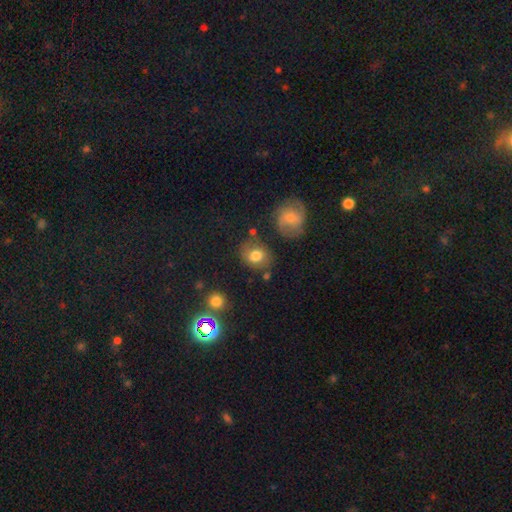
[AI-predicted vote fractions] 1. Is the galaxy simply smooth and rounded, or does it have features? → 74% smooth, 16% featured or disk, 10% star or artifact.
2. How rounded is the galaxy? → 57% round, 42% in between, 1% cigar-shaped.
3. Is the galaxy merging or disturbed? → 66% none, 20% minor disturbance, 7% merger, 7% major disturbance.